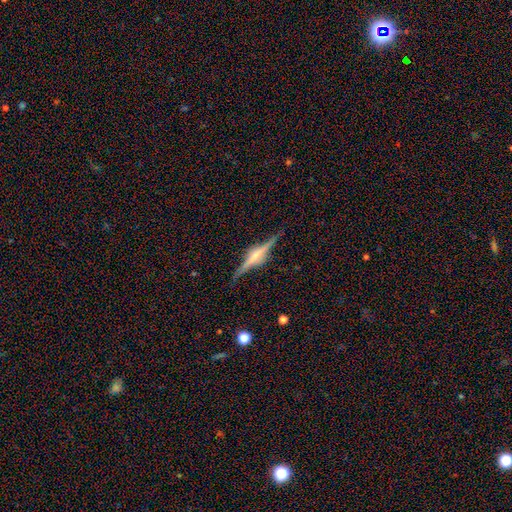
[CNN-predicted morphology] This is clearly a featured or disk galaxy (81%). It is clearly viewed edge-on (97%). Edge-on bulge: likely rounded (72%). Merging: clearly none (86%).